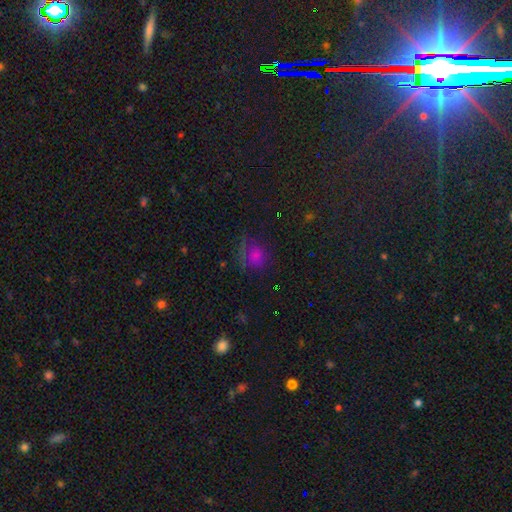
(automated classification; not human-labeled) The model was most divided on "merging": none: 52%, minor disturbance: 25%, major disturbance: 20%, merger: 3%. More confident: how rounded — round (65%); smooth or featured — smooth (60%).